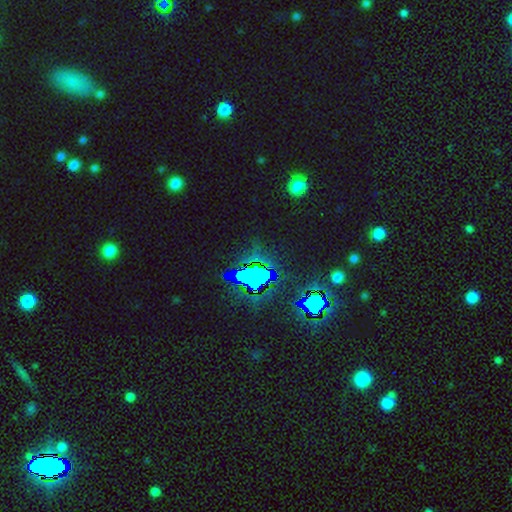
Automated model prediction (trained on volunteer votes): smooth_or_featured: star or artifact (p=0.83) [alt: smooth p=0.10]